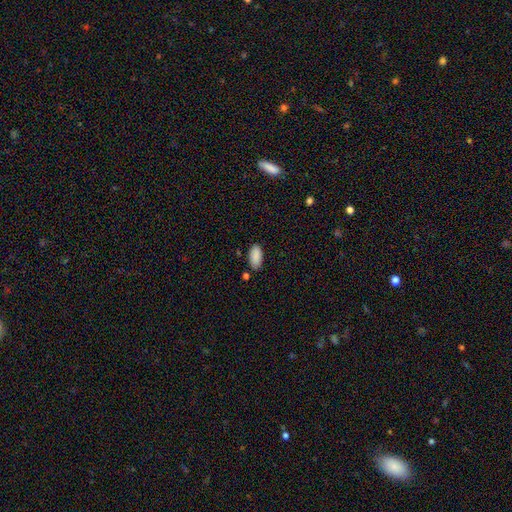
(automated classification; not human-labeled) smooth_or_featured: smooth (p=0.89) [alt: star or artifact p=0.07]
how_rounded: in between (p=0.93) [alt: cigar-shaped p=0.05]
merging: none (p=0.80) [alt: minor disturbance p=0.13]